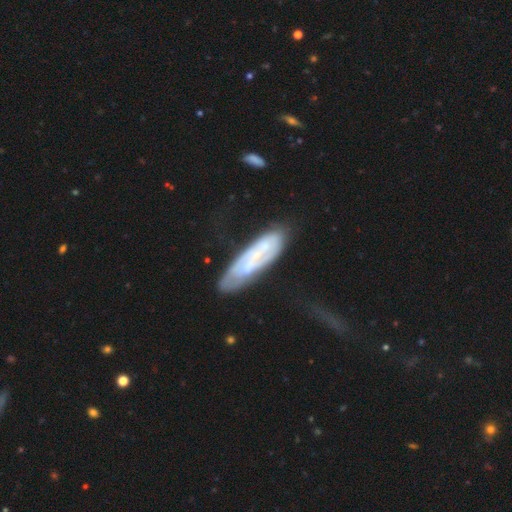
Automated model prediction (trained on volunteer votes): This appears to be a featured or disk galaxy (66%) with no bar (58%), spiral arms (72%) and a small central bulge (65%). Merging: none (61%).